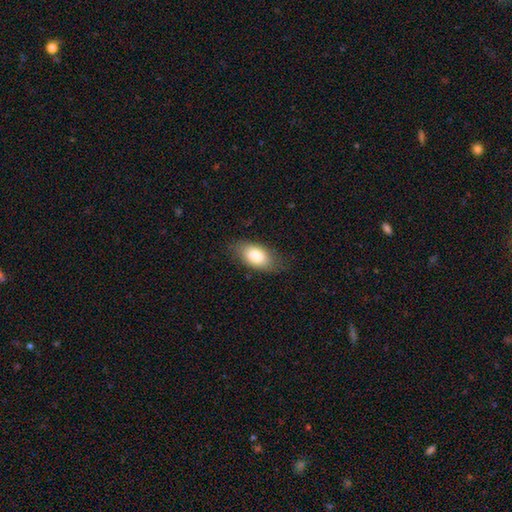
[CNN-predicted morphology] type=smooth (80%); roundness=in between (91%); merging=none (76%).